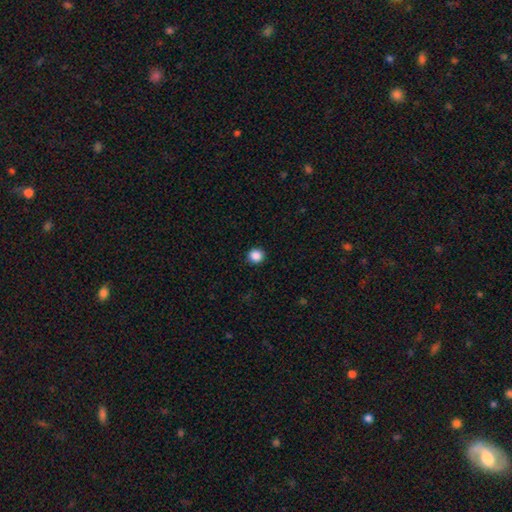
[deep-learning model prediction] A smooth galaxy with no disk features (87%) that is round (93%).

Vote fractions:
- Smooth or featured? smooth: 87% / star or artifact: 10% / featured or disk: 2%
- How rounded? round: 93% / in between: 6% / cigar-shaped: 1%
- Merging? none: 93% / minor disturbance: 5% / major disturbance: 2% / merger: 1%